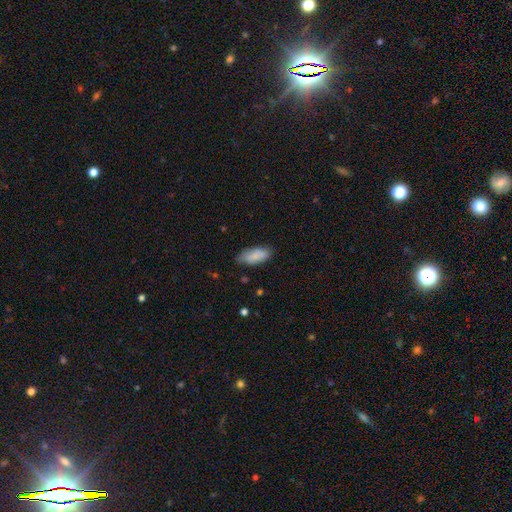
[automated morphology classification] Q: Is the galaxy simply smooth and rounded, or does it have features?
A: smooth — 87%.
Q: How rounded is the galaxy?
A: in between — 86%.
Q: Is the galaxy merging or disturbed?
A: none — 77%.